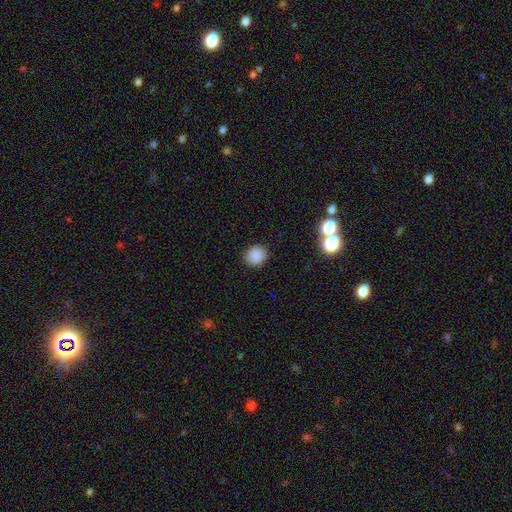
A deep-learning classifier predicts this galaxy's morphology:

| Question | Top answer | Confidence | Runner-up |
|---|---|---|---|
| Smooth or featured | smooth | 85% | star or artifact (11%) |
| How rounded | round | 76% | in between (23%) |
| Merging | none | 88% | minor disturbance (8%) |